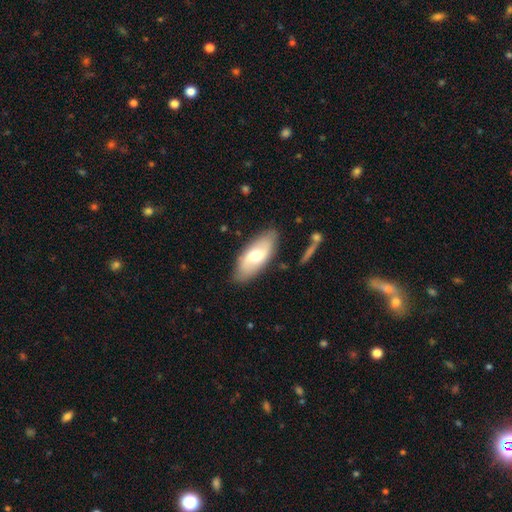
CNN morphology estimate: Smooth or featured: smooth — 53% (featured or disk — 41%)
How rounded: in between — 87% (cigar-shaped — 11%)
Merging: none — 83% (minor disturbance — 12%)